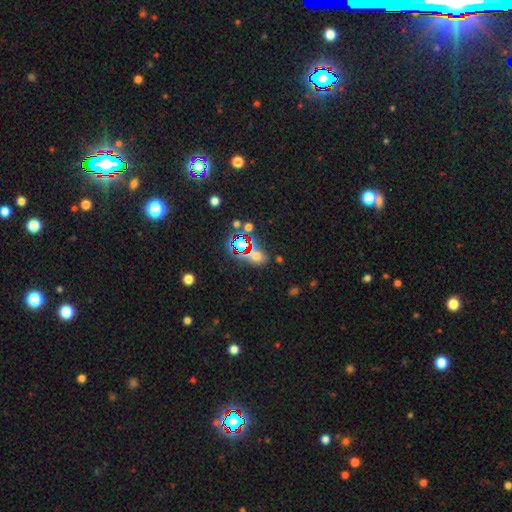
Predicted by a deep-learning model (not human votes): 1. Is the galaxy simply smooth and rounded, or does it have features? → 46% star or artifact, 44% smooth, 10% featured or disk.